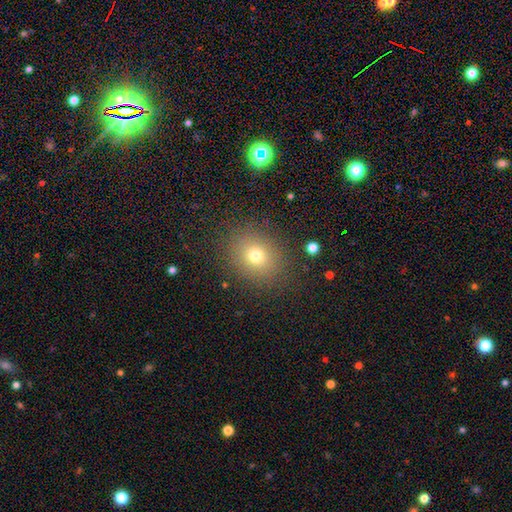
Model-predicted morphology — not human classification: Smooth or featured: smooth — 73% (star or artifact — 16%)
How rounded: round — 63% (in between — 36%)
Merging: none — 85% (minor disturbance — 9%)